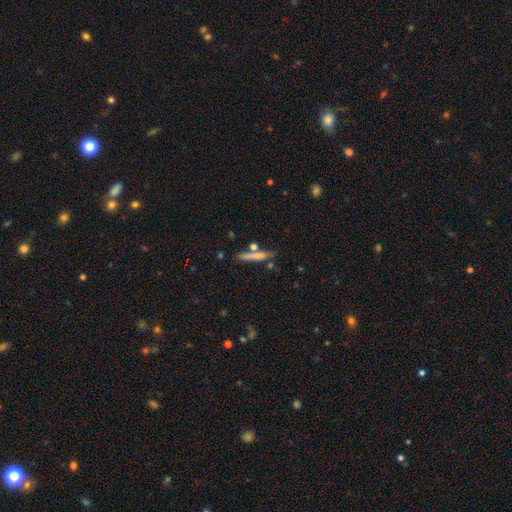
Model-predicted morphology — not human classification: Smooth or featured? smooth (66%)
How rounded? cigar-shaped (91%)
Merging? none (72%)